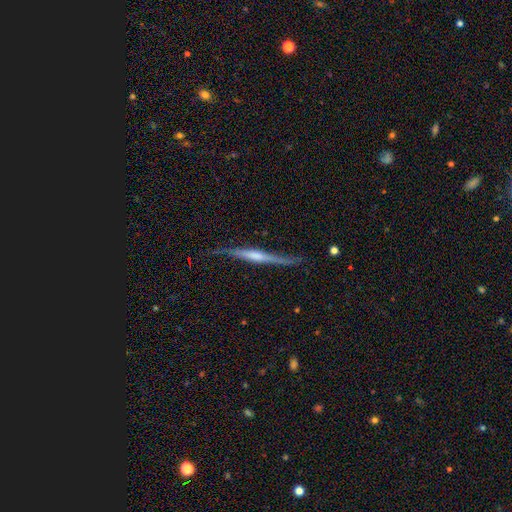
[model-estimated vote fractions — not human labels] A featured or disk galaxy (65%) viewed edge-on (95%) with a rounded central bulge (39%).

Vote fractions:
- Smooth or featured? featured or disk: 65% / smooth: 30% / star or artifact: 5%
- Edge-on disk? yes: 95% / no: 5%
- Edge-on bulge? rounded: 39% / none: 35% / boxy: 25%
- Merging? none: 73% / minor disturbance: 20% / major disturbance: 5% / merger: 2%